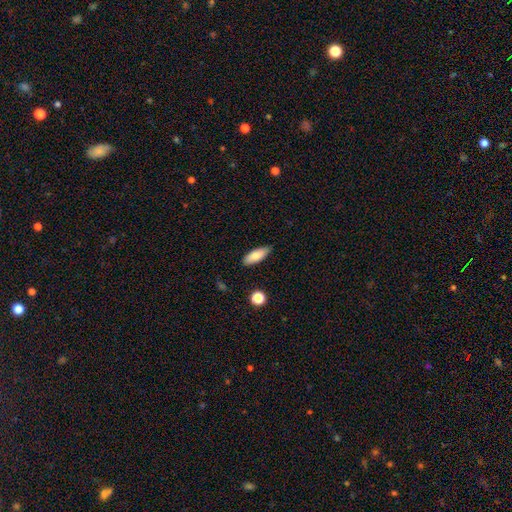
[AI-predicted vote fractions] Smooth or featured? Predicted: smooth (p=0.81). How rounded? Predicted: in between (p=0.72). Merging? Predicted: none (p=0.84).